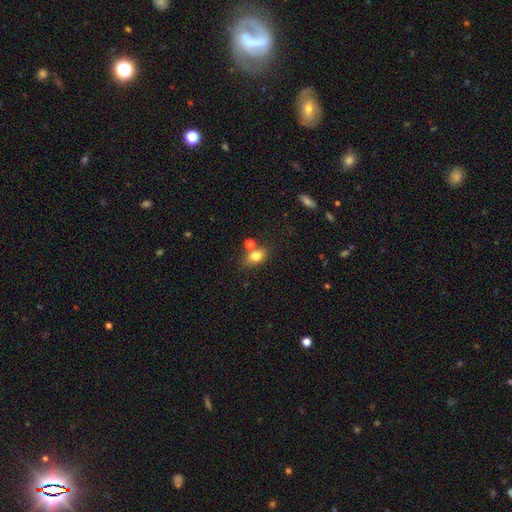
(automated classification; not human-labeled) The model was most divided on "merging": none: 62%, merger: 21%, minor disturbance: 13%, major disturbance: 4%. More confident: smooth or featured — smooth (79%); how rounded — in between (74%).